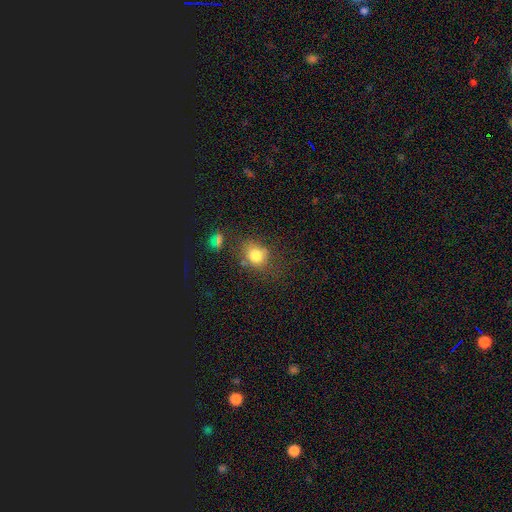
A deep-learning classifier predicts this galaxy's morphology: Smooth or featured?
  - smooth: 78% *
  - star or artifact: 12%
  - featured or disk: 10%
How rounded?
  - round: 62% *
  - in between: 37%
  - cigar-shaped: 1%
Merging?
  - none: 62% *
  - minor disturbance: 21%
  - major disturbance: 10%
  - merger: 7%